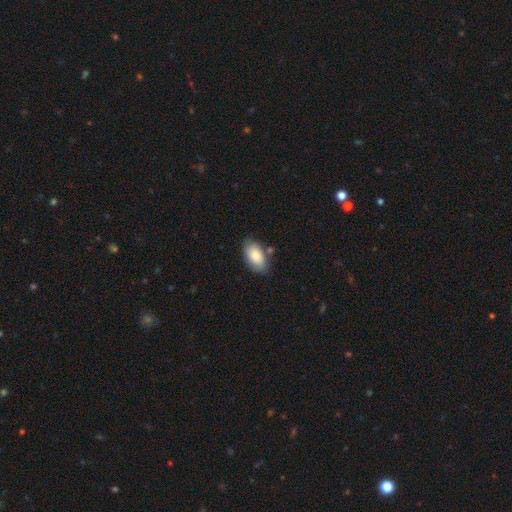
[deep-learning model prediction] smooth_or_featured: smooth (p=0.82) [alt: featured or disk p=0.12]
how_rounded: in between (p=0.94) [alt: round p=0.04]
merging: none (p=0.72) [alt: minor disturbance p=0.19]